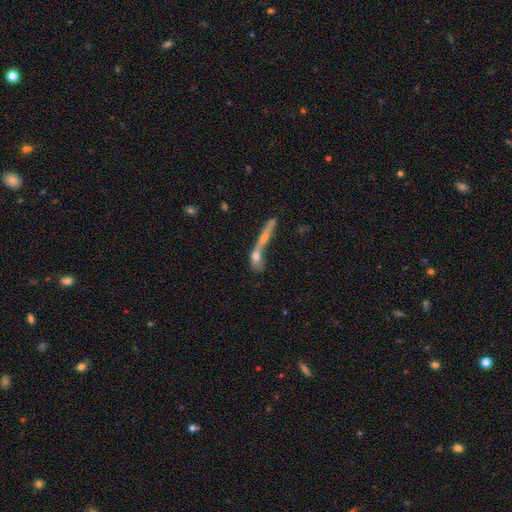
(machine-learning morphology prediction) smooth 53%, featured or disk 37%, star or artifact 10%. Down the decision tree: how rounded — cigar-shaped (53%); merging — merger (57%).